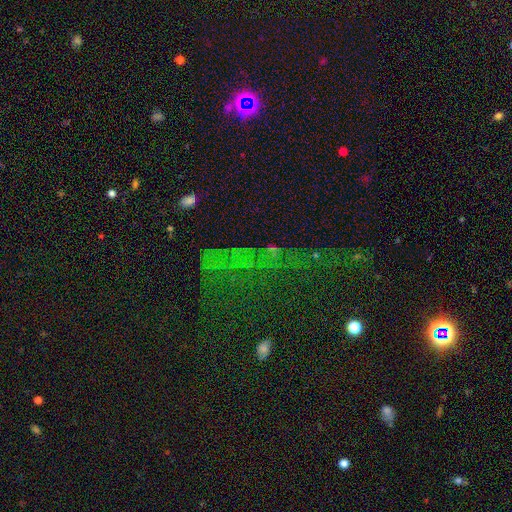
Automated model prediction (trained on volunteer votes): Morphology: type=star or artifact (66%).